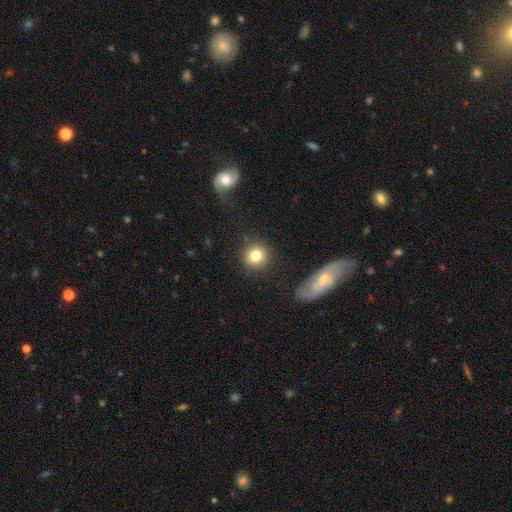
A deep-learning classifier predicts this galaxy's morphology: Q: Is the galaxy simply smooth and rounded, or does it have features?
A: smooth — 81%.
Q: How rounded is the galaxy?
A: round — 92%.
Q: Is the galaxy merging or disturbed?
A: none — 85%.